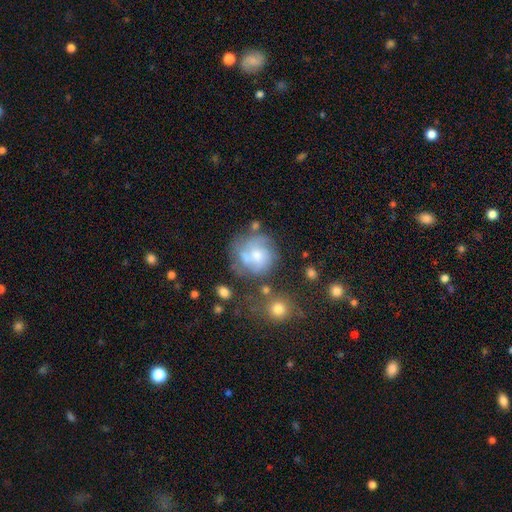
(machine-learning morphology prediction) Smooth or featured?
  - featured or disk: 59% *
  - smooth: 31%
  - star or artifact: 10%
Edge-on disk?
  - no: 98% *
  - yes: 2%
Bar?
  - no: 72% *
  - weak: 24%
  - strong: 3%
Spiral arms?
  - yes: 80% *
  - no: 20%
Bulge size?
  - moderate: 50% *
  - small: 34%
  - large: 8%
  - none: 6%
  - dominant: 2%
Merging?
  - none: 57% *
  - minor disturbance: 20%
  - major disturbance: 15%
  - merger: 9%